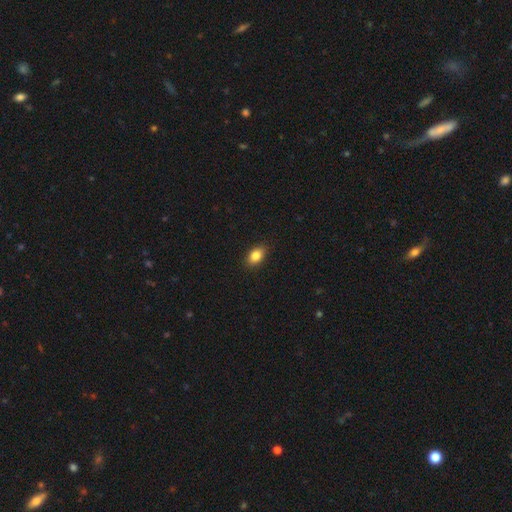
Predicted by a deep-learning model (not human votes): smooth 85%, star or artifact 9%, featured or disk 7%. Down the decision tree: how rounded — in between (81%); merging — none (88%).